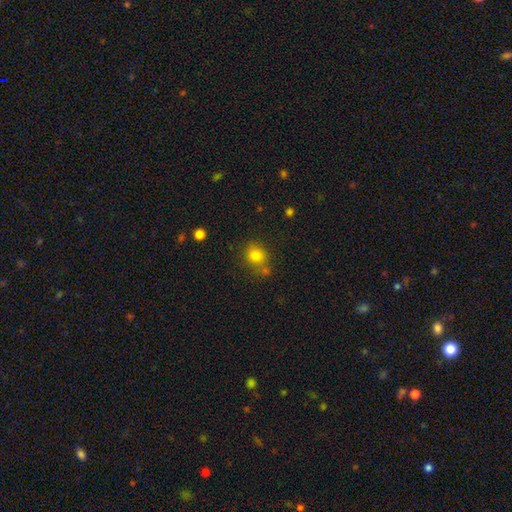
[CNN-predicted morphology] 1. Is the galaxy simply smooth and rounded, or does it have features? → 80% smooth, 12% star or artifact, 7% featured or disk.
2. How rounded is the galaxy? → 76% round, 23% in between, 1% cigar-shaped.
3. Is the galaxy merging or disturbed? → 65% none, 16% merger, 14% minor disturbance, 5% major disturbance.